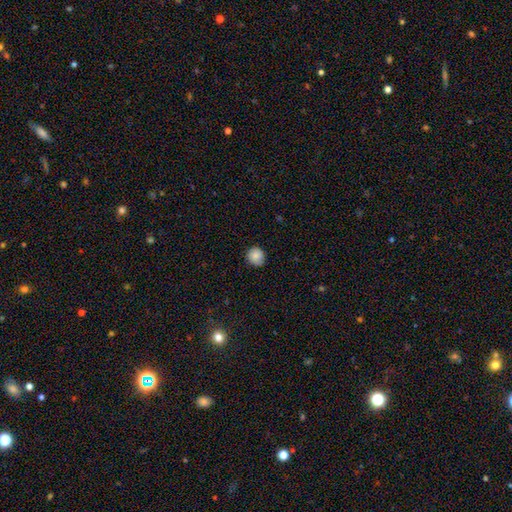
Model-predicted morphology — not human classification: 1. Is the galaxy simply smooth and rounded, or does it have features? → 85% smooth, 9% star or artifact, 7% featured or disk.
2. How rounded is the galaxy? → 89% round, 10% in between, 1% cigar-shaped.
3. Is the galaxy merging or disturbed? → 82% none, 14% minor disturbance, 2% major disturbance, 1% merger.